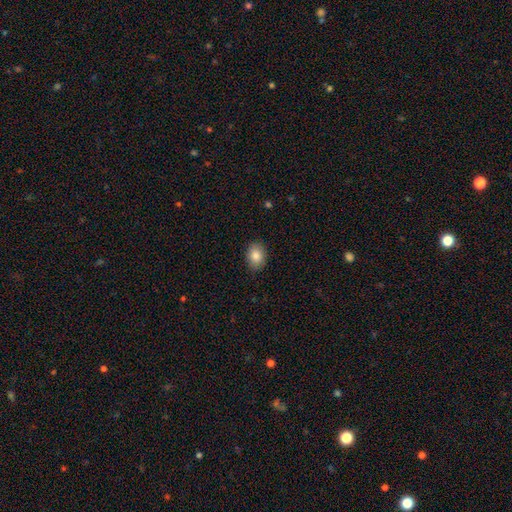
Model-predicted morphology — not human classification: Overall: smooth (86%). How rounded: in between (72%). Merging: none (88%).